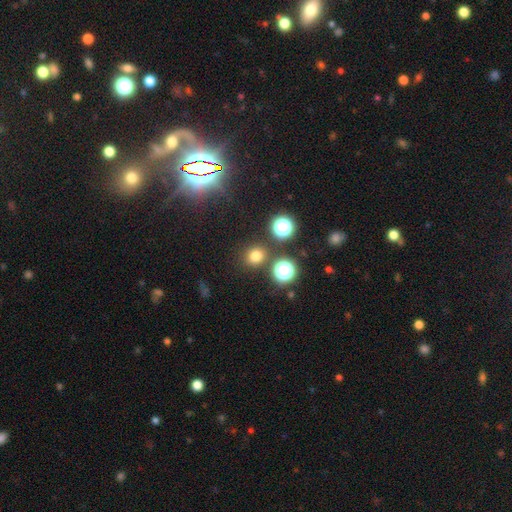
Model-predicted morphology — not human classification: A smooth galaxy with no disk features (72%) that is round (85%). Merging: none (84%).